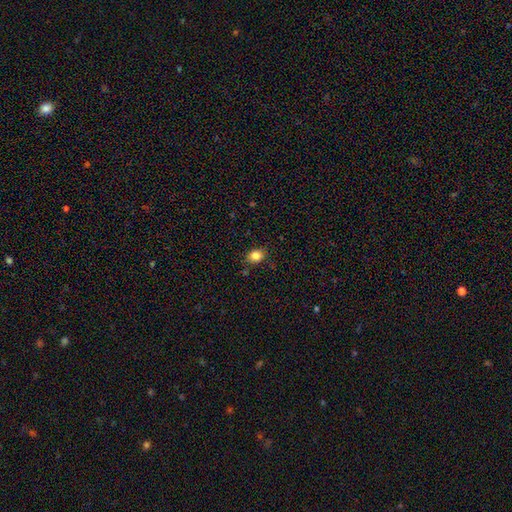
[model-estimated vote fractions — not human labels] Morphology: type=smooth (84%); roundness=round (52%); merging=none (82%).